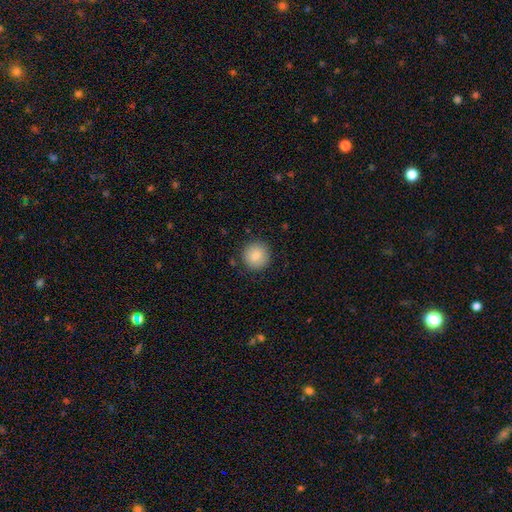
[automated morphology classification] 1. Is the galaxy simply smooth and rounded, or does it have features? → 84% smooth, 8% star or artifact, 8% featured or disk.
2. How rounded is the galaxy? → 94% round, 5% in between, 1% cigar-shaped.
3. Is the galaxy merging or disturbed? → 88% none, 8% minor disturbance, 2% major disturbance, 1% merger.